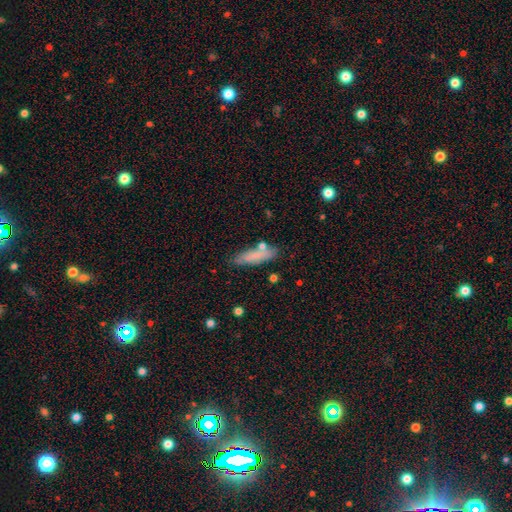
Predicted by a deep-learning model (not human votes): Smooth or featured: smooth — 76% (featured or disk — 16%)
How rounded: cigar-shaped — 70% (in between — 28%)
Merging: none — 74% (minor disturbance — 16%)